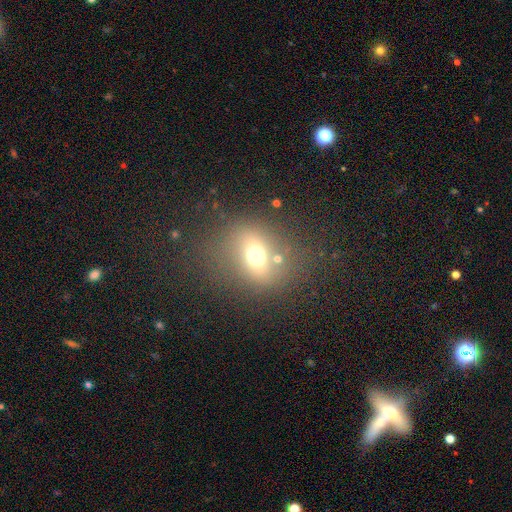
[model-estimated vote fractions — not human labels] This is likely a smooth galaxy (61%). How rounded: possibly round (59%). Merging: likely none (69%).